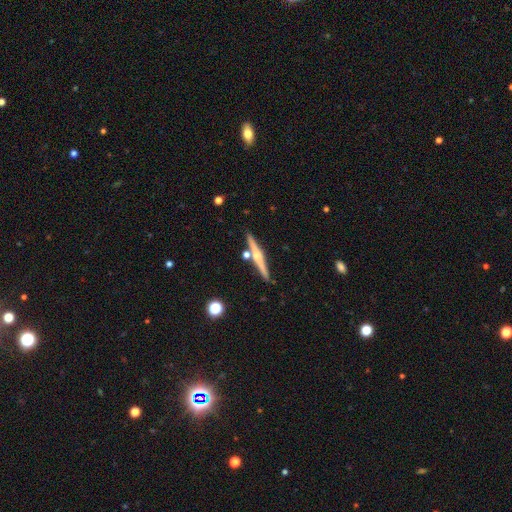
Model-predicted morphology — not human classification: A featured or disk galaxy (67%) viewed edge-on (98%) with a rounded central bulge (83%). Merging: none (83%).